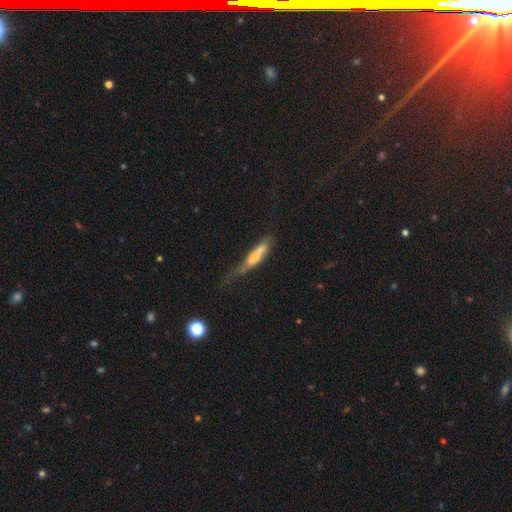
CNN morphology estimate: A smooth galaxy with no disk features (60%) that is cigar-shaped (80%). Merging: none (33%).